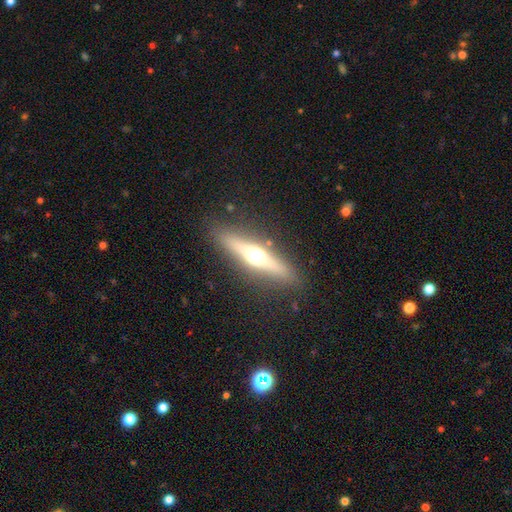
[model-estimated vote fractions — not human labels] The model was most divided on "smooth or featured": featured or disk: 61%, smooth: 32%, star or artifact: 8%. More confident: edge-on bulge — rounded (95%); edge-on disk — yes (92%); merging — none (87%).